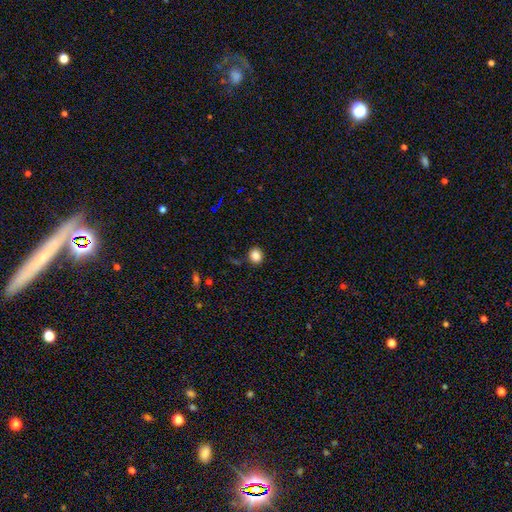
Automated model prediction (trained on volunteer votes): Overall: smooth (85%). How rounded: round (65%; in between 34%). Merging: none (84%).